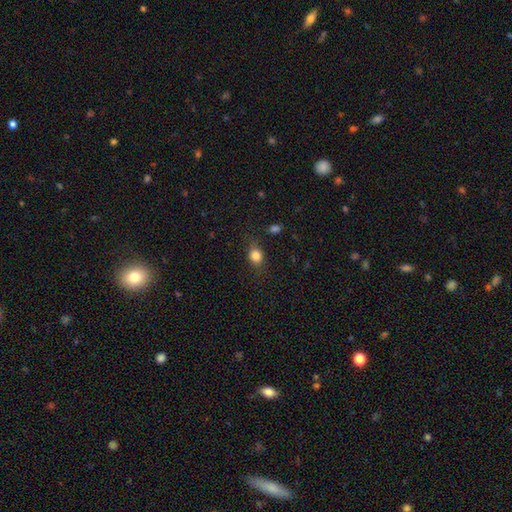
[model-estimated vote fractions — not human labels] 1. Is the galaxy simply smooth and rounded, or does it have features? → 82% smooth, 11% star or artifact, 7% featured or disk.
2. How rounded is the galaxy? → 55% round, 43% in between, 2% cigar-shaped.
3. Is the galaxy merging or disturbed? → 74% none, 18% minor disturbance, 6% major disturbance, 2% merger.